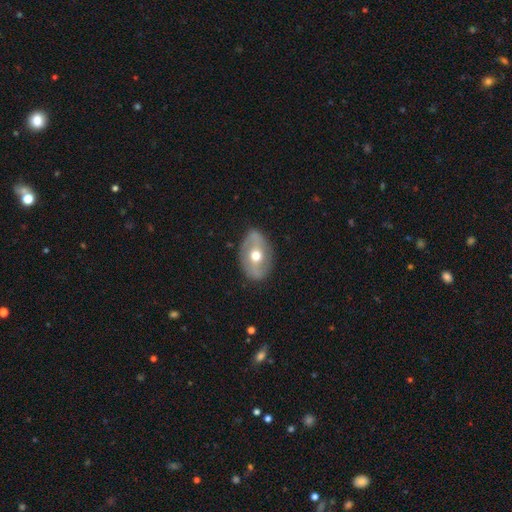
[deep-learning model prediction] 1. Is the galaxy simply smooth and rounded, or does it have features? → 63% featured or disk, 32% smooth, 6% star or artifact.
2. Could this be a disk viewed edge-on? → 92% no, 8% yes.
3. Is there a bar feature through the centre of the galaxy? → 52% no, 30% weak, 18% strong.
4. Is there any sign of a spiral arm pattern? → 52% no, 48% yes.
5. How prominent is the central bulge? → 77% moderate, 14% large, 6% small, 1% dominant, 1% none.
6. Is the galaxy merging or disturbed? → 82% none, 13% minor disturbance, 4% major disturbance, 1% merger.